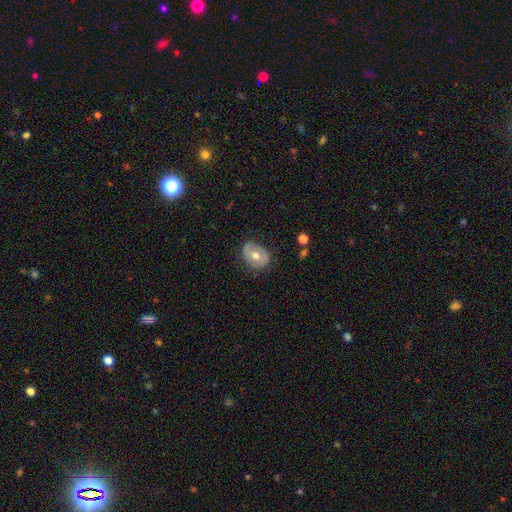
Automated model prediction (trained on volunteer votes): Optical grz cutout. It shows a smooth galaxy with no disk features (55%) that is in between round and cigar-shaped (61%). Merging: none (70%).